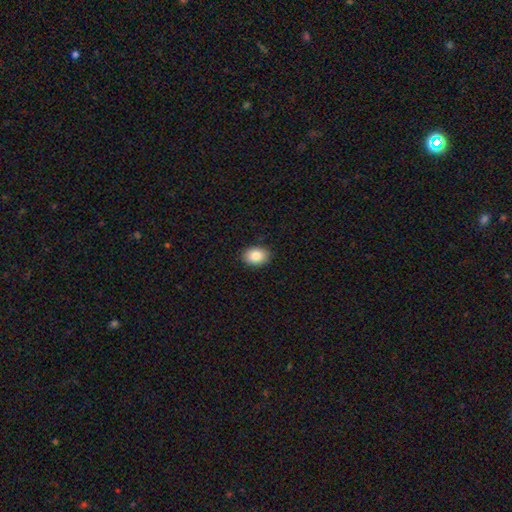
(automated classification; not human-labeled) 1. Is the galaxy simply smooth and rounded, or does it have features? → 85% smooth, 8% star or artifact, 7% featured or disk.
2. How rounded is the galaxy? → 74% in between, 25% round, 1% cigar-shaped.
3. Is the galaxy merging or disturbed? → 89% none, 8% minor disturbance, 2% major disturbance, 1% merger.